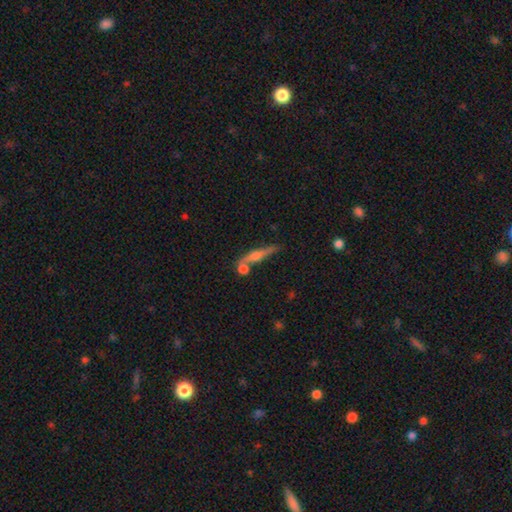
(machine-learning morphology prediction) smooth_or_featured: featured or disk (p=0.61) [alt: smooth p=0.30]
disk_edge_on: yes (p=0.93) [alt: no p=0.07]
edge_on_bulge: rounded (p=0.80) [alt: none p=0.11]
merging: none (p=0.67) [alt: merger p=0.15]